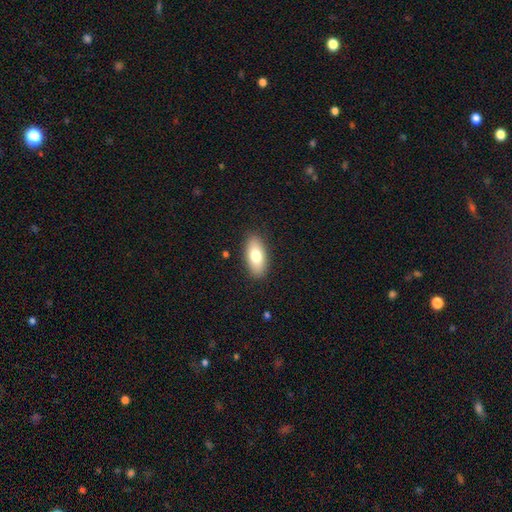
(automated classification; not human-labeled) smooth 76%, featured or disk 17%, star or artifact 7%. Down the decision tree: how rounded — in between (88%); merging — none (88%).